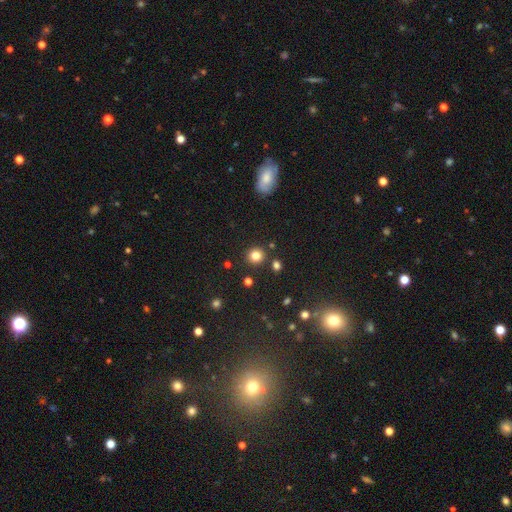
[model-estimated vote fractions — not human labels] Q: Smooth or featured?
A: smooth (81%); runner-up: star or artifact (13%)
Q: How rounded?
A: round (91%); runner-up: in between (8%)
Q: Merging?
A: none (87%); runner-up: minor disturbance (6%)